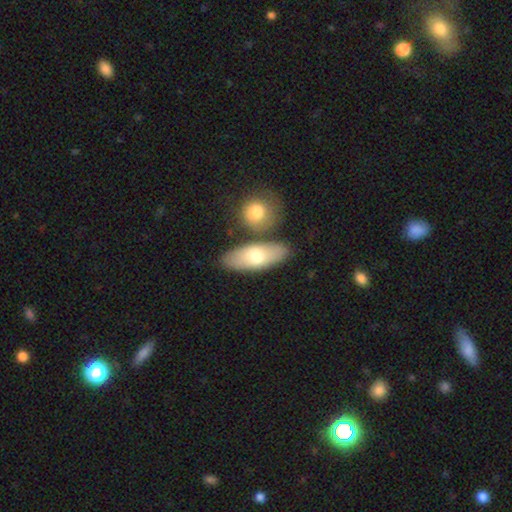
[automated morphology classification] This appears to be a smooth galaxy with no disk features (68%) that is in between round and cigar-shaped (75%). Merging: none (73%).